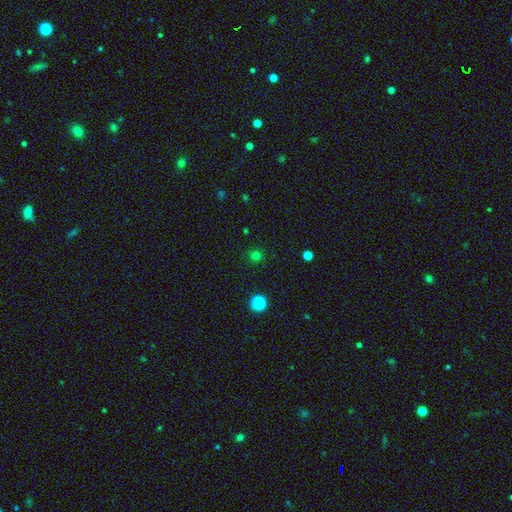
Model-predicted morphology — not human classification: Smooth or featured: smooth — 72% (star or artifact — 23%)
How rounded: round — 93% (in between — 6%)
Merging: none — 90% (minor disturbance — 6%)